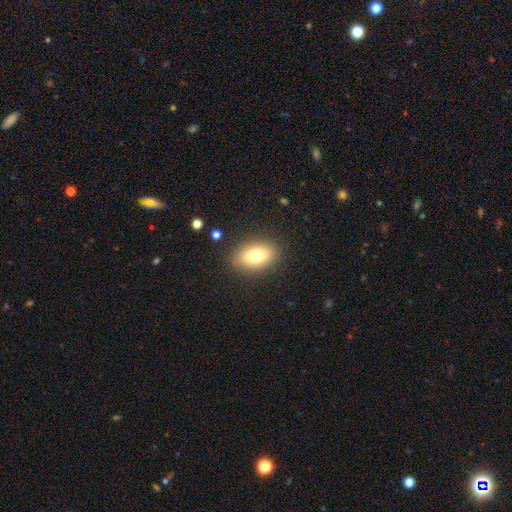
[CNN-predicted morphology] Q: Smooth or featured?
A: smooth (77%); runner-up: featured or disk (14%)
Q: How rounded?
A: in between (86%); runner-up: round (12%)
Q: Merging?
A: none (86%); runner-up: minor disturbance (10%)